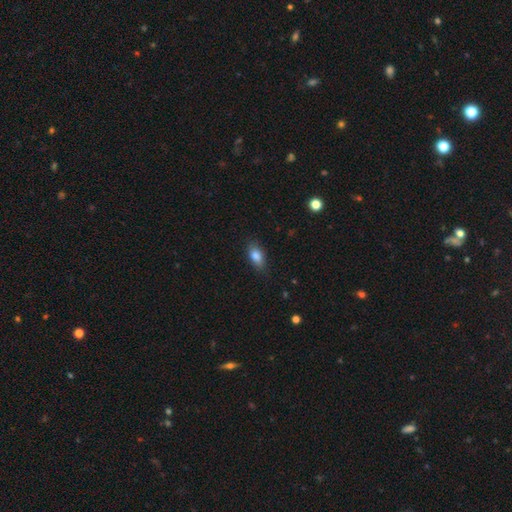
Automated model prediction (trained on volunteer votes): smooth-or-featured: smooth: 84% | featured or disk: 8% | star or artifact: 8%
  how-rounded: in between: 87% | round: 7% | cigar-shaped: 6%
  merging: none: 82% | minor disturbance: 14% | major disturbance: 3% | merger: 1%